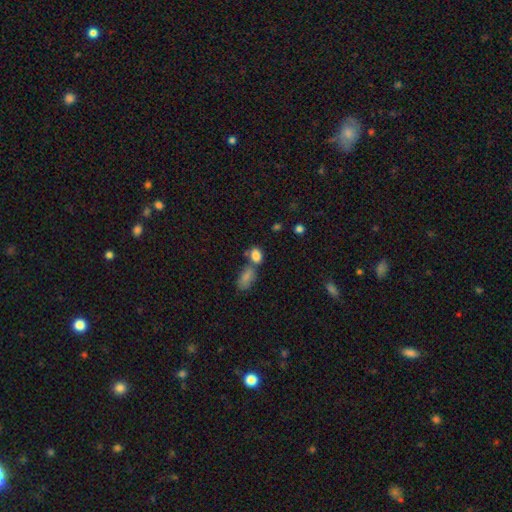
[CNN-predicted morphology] Smooth or featured: smooth — 83% (star or artifact — 10%)
How rounded: in between — 83% (round — 15%)
Merging: none — 43% (merger — 40%)